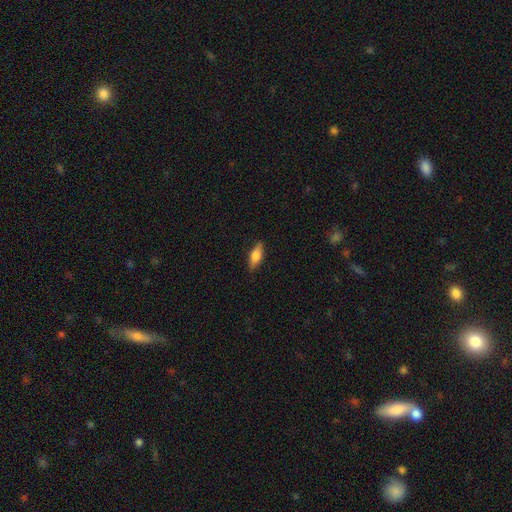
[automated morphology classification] Smooth or featured? smooth (63%)
How rounded? in between (66%)
Merging? none (87%)